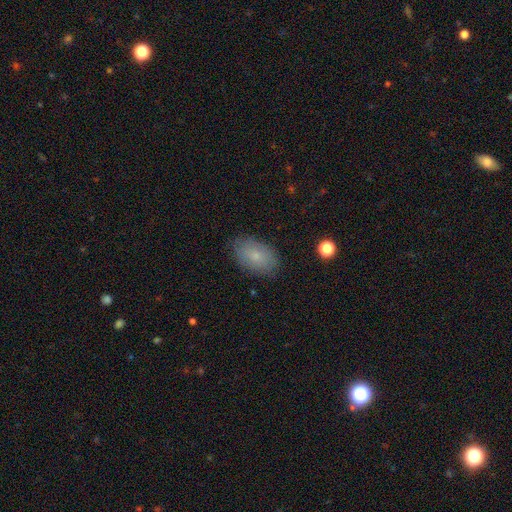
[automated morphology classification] smooth 81%, featured or disk 12%, star or artifact 8%. Down the decision tree: how rounded — in between (91%); merging — none (84%).